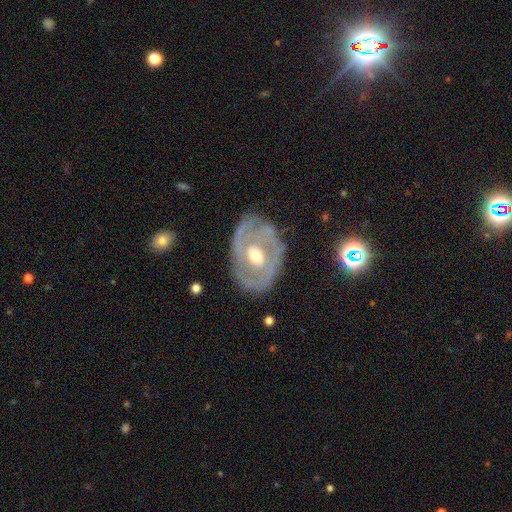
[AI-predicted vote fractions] Overall: featured or disk (78%). Edge-on disk: no (95%). Bar: no (59%; weak 31%). Spiral arms: yes (60%; no 40%). Bulge size: moderate (75%). Merging: none (72%).